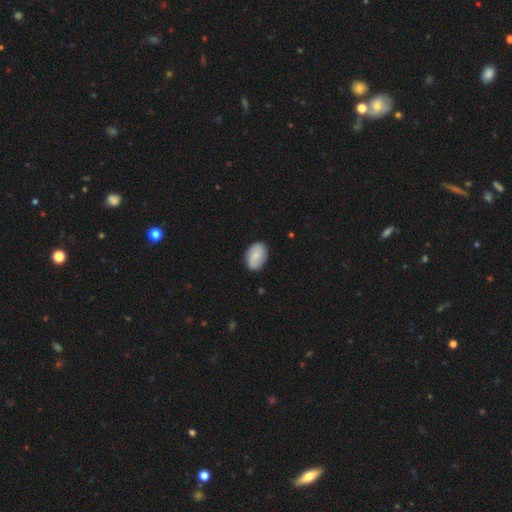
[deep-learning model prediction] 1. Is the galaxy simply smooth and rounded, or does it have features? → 69% smooth, 25% featured or disk, 6% star or artifact.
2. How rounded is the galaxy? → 84% in between, 15% round, 1% cigar-shaped.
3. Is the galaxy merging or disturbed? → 84% none, 13% minor disturbance, 3% major disturbance, 1% merger.